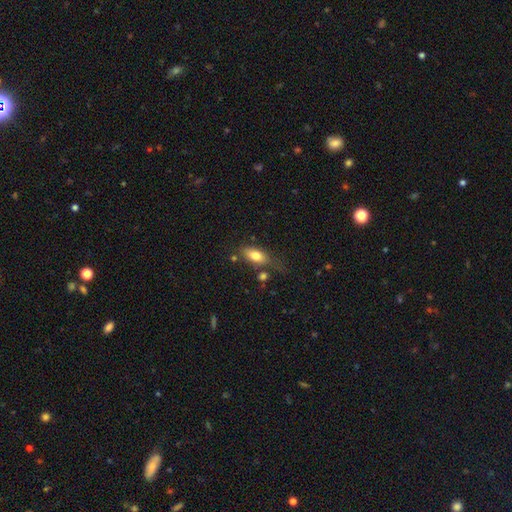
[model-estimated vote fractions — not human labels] The model was most divided on "merging": none: 58%, minor disturbance: 23%, major disturbance: 10%, merger: 9%. More confident: how rounded — in between (83%); smooth or featured — smooth (74%).